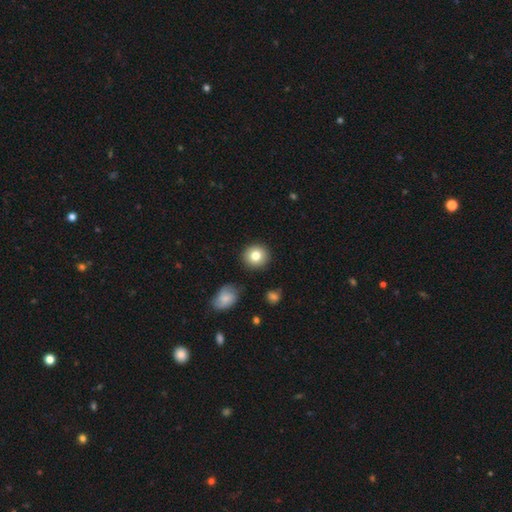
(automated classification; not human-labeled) smooth 81%, featured or disk 10%, star or artifact 9%. Down the decision tree: how rounded — round (90%); merging — none (89%).